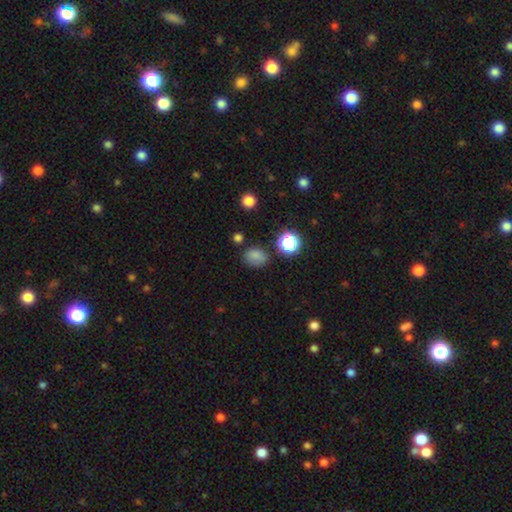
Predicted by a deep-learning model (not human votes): Q: Smooth or featured?
A: smooth (76%); runner-up: star or artifact (18%)
Q: How rounded?
A: in between (51%); runner-up: round (48%)
Q: Merging?
A: none (71%); runner-up: minor disturbance (19%)